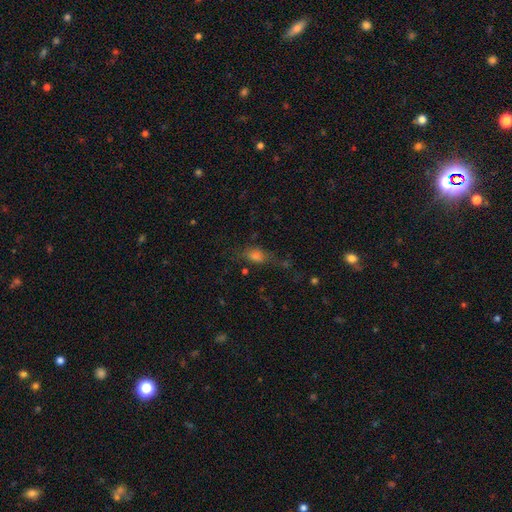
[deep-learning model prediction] smooth-or-featured: smooth: 60% | star or artifact: 22% | featured or disk: 18%
  how-rounded: in between: 65% | round: 19% | cigar-shaped: 16%
  merging: none: 54% | minor disturbance: 22% | major disturbance: 18% | merger: 6%